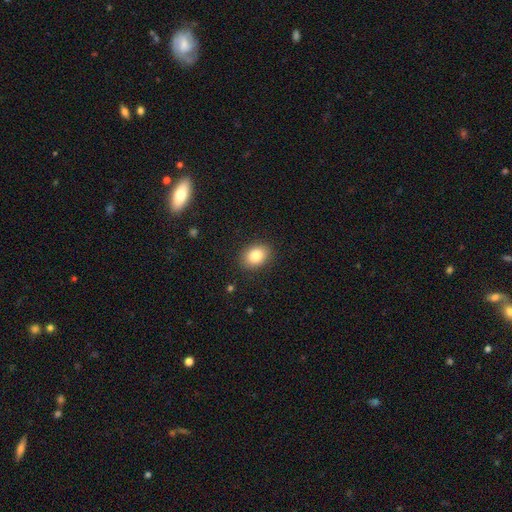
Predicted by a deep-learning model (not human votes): Overall: smooth (84%). How rounded: in between (71%). Merging: none (88%).